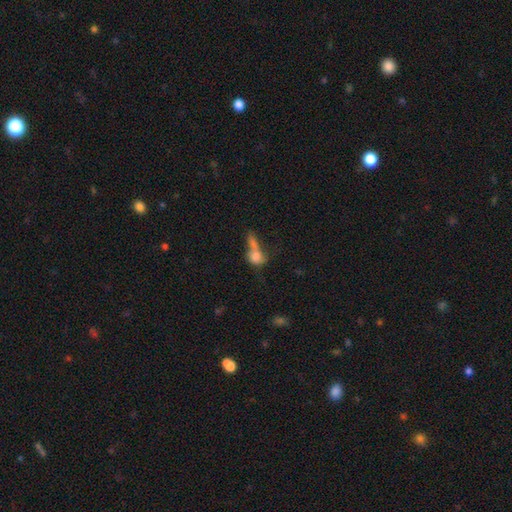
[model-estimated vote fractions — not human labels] A smooth galaxy with no disk features (66%) that is round (47%). Merging: merger (50%).